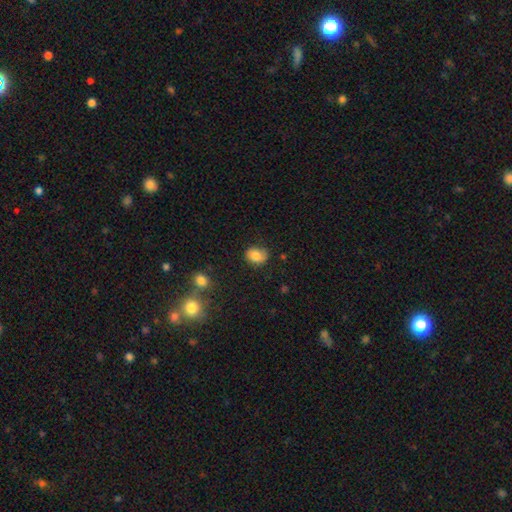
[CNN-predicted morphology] Smooth or featured? Predicted: smooth (p=0.80). How rounded? Predicted: in between (p=0.57). Merging? Predicted: none (p=0.70).